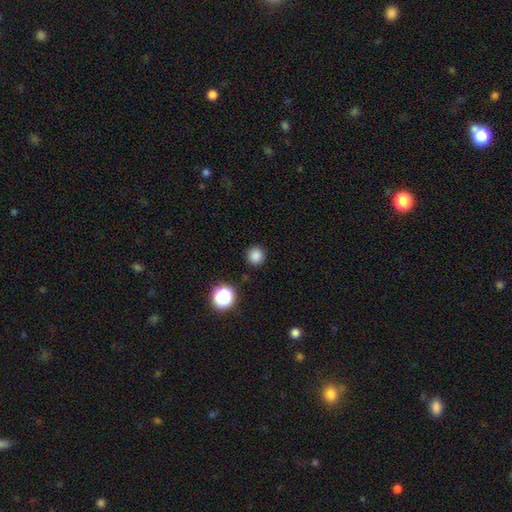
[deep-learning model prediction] This appears to be a smooth galaxy with no disk features (83%) that is round (94%). Merging: none (90%).